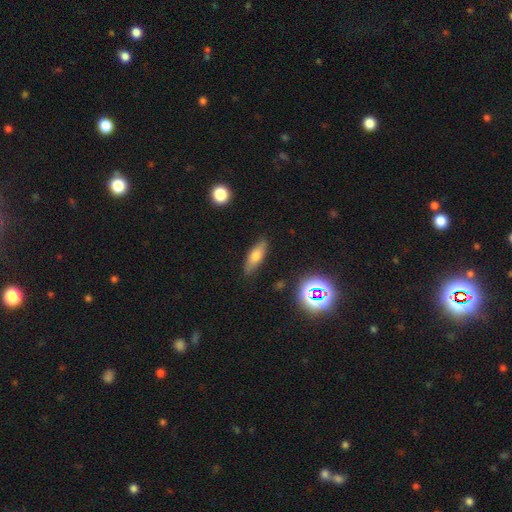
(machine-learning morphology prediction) smooth 66%, featured or disk 23%, star or artifact 11%. Down the decision tree: how rounded — in between (55%); merging — none (85%).